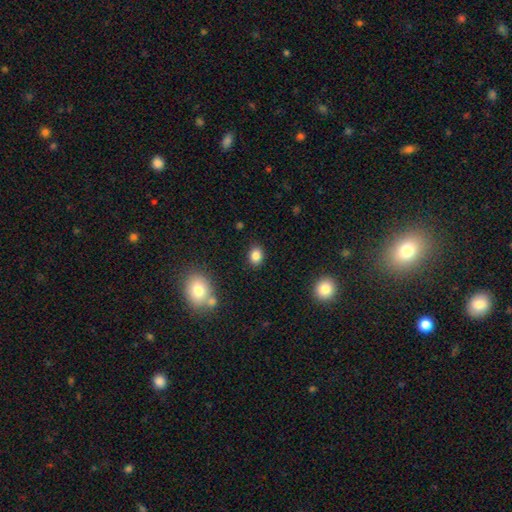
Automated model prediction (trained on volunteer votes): Overall: smooth (84%). How rounded: in between (55%; round 44%). Merging: none (86%).